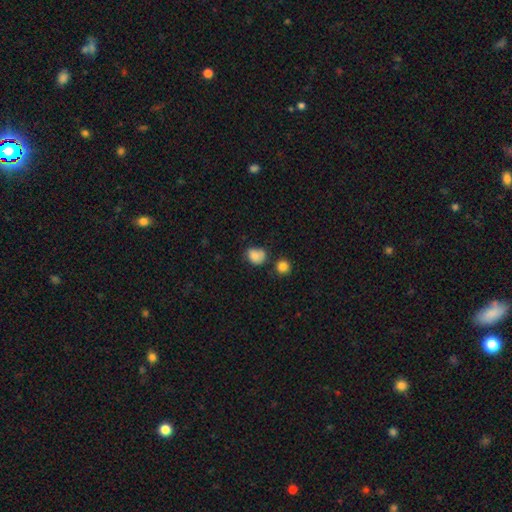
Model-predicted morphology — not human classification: smooth-or-featured: smooth: 82% | star or artifact: 10% | featured or disk: 9%
  how-rounded: round: 54% | in between: 45% | cigar-shaped: 1%
  merging: none: 50% | minor disturbance: 30% | merger: 11% | major disturbance: 9%